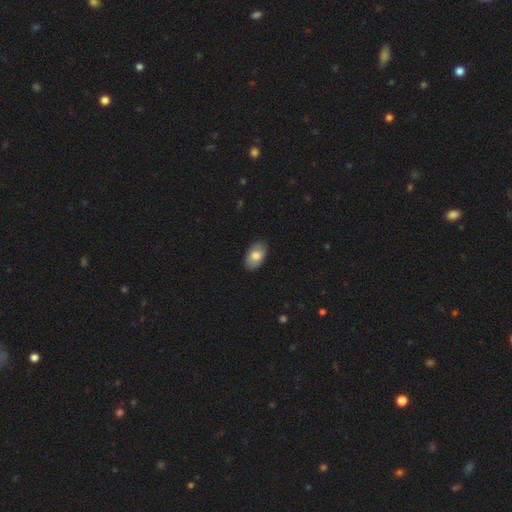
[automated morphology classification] This appears to be a smooth galaxy with no disk features (75%) that is in between round and cigar-shaped (93%). Merging: none (86%).